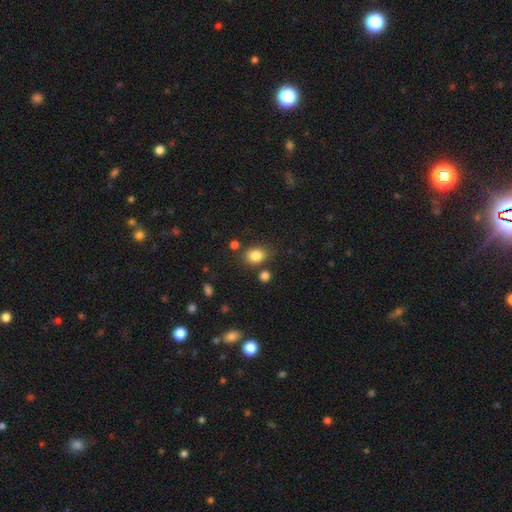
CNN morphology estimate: Q: Smooth or featured?
A: smooth (83%); runner-up: star or artifact (11%)
Q: How rounded?
A: in between (55%); runner-up: round (44%)
Q: Merging?
A: none (75%); runner-up: minor disturbance (14%)